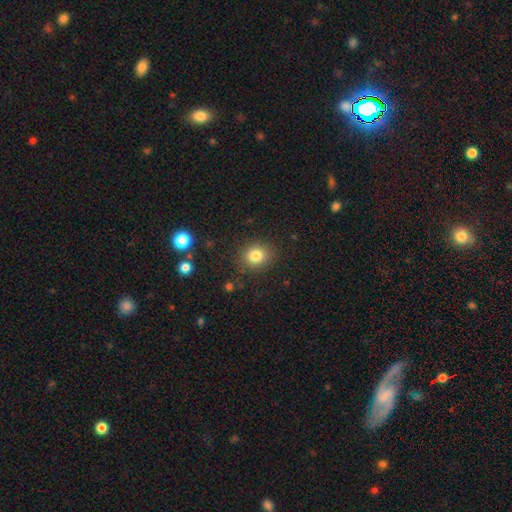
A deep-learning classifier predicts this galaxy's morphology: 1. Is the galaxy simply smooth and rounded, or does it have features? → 82% smooth, 12% star or artifact, 7% featured or disk.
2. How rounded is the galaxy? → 77% round, 22% in between, 1% cigar-shaped.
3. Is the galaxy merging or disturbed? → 87% none, 8% minor disturbance, 3% major disturbance, 1% merger.